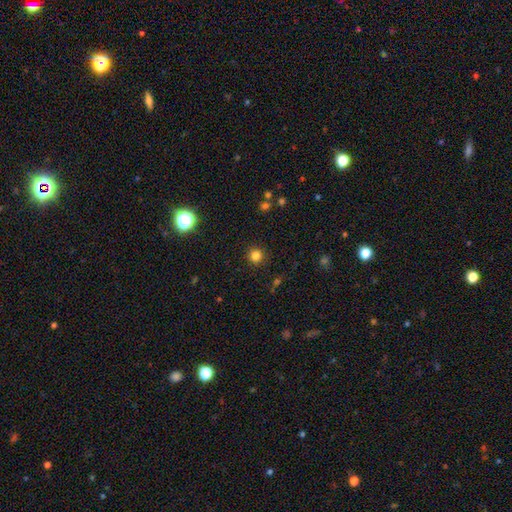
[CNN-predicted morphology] smooth 81%, star or artifact 14%, featured or disk 4%. Down the decision tree: how rounded — round (94%); merging — none (91%).